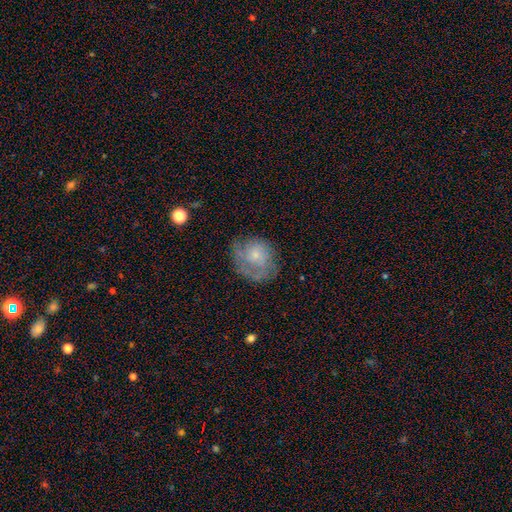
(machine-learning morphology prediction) smooth-or-featured: featured or disk: 54% | smooth: 37% | star or artifact: 9%
  disk-edge-on: no: 97% | yes: 3%
    bar: no: 82% | weak: 16% | strong: 2%
    has-spiral-arms: yes: 75% | no: 25%
    bulge-size: small: 69% | moderate: 21% | none: 7% | large: 2% | dominant: 1%
  merging: none: 59% | minor disturbance: 23% | major disturbance: 16% | merger: 2%